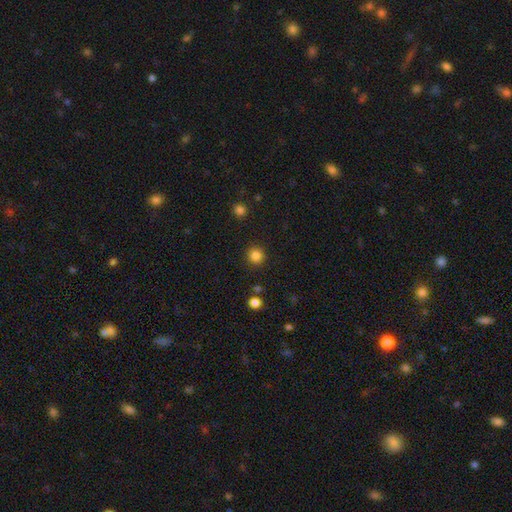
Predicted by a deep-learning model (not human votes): A smooth galaxy with no disk features (84%) that is round (94%). Merging: none (91%).